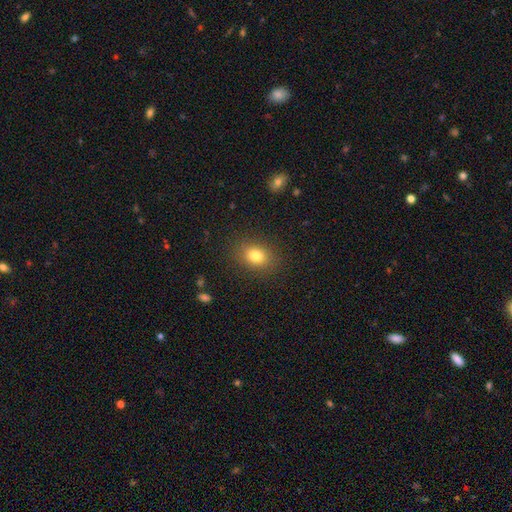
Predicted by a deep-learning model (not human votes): This is likely a smooth galaxy (80%). How rounded: possibly in between (58%). Merging: clearly none (86%).